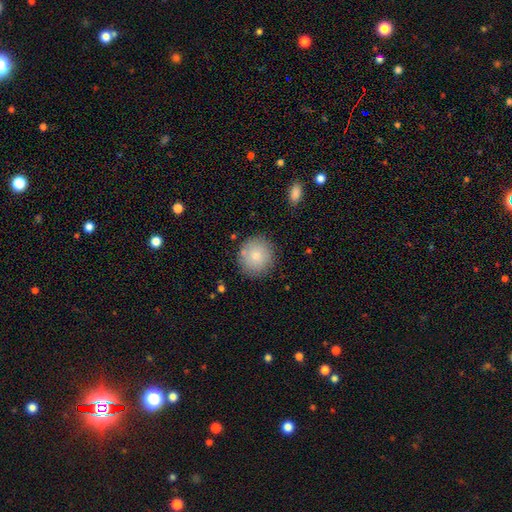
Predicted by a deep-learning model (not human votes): smooth-or-featured: smooth: 81% | featured or disk: 12% | star or artifact: 8%
  how-rounded: round: 90% | in between: 9% | cigar-shaped: 1%
  merging: none: 84% | minor disturbance: 11% | major disturbance: 3% | merger: 3%